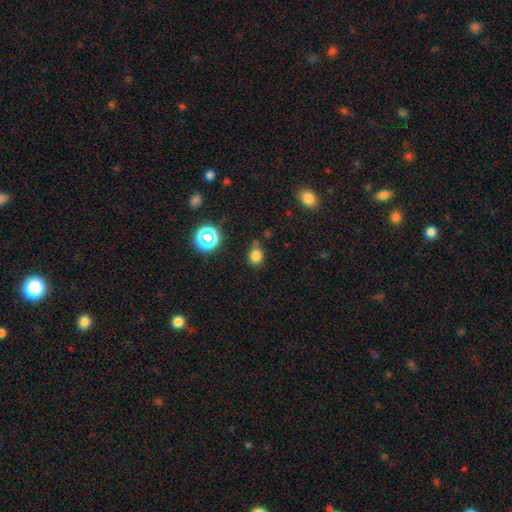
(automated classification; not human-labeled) Smooth or featured? smooth (78%)
How rounded? round (51%)
Merging? none (66%)